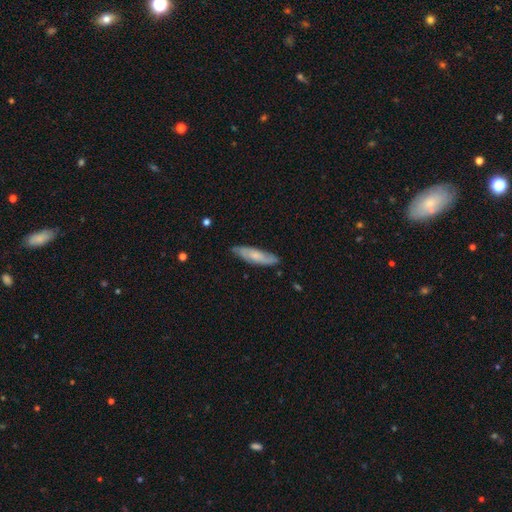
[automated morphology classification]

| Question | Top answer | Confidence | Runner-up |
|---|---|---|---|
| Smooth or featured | smooth | 47% | tied: featured or disk (47%) |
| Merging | none | 81% | minor disturbance (15%) |